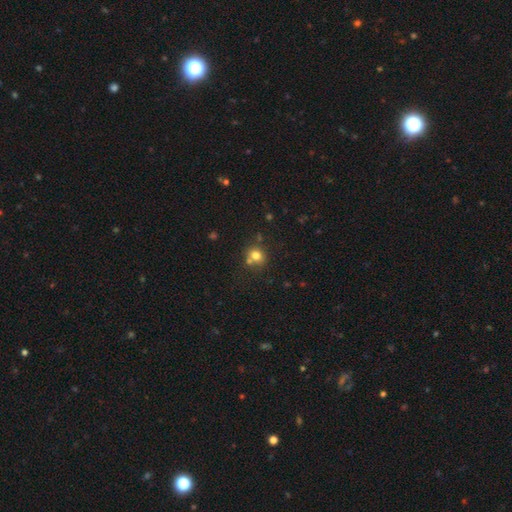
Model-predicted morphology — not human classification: smooth-or-featured: smooth: 76% | star or artifact: 14% | featured or disk: 10%
  how-rounded: round: 80% | in between: 19% | cigar-shaped: 1%
  merging: none: 62% | merger: 24% | minor disturbance: 11% | major disturbance: 4%